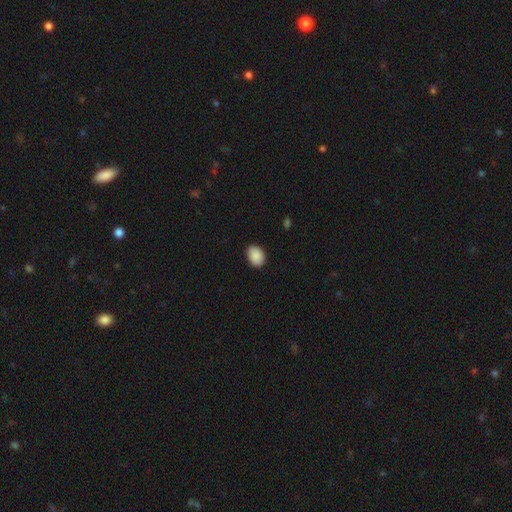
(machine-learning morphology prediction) Overall: smooth (90%). How rounded: in between (68%; round 31%). Merging: none (87%).